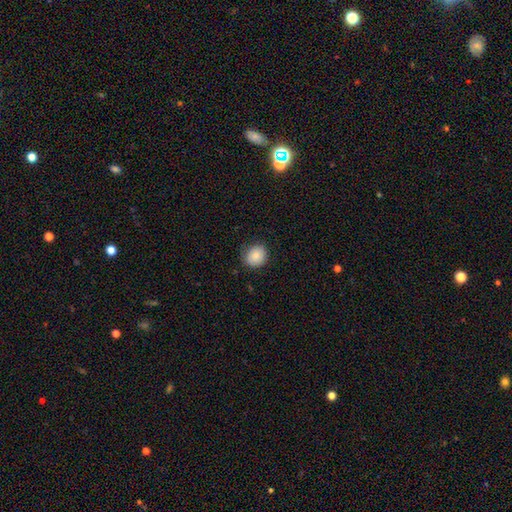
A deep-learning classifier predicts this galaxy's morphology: Smooth or featured: smooth — 83% (star or artifact — 8%)
How rounded: round — 80% (in between — 19%)
Merging: none — 81% (minor disturbance — 15%)